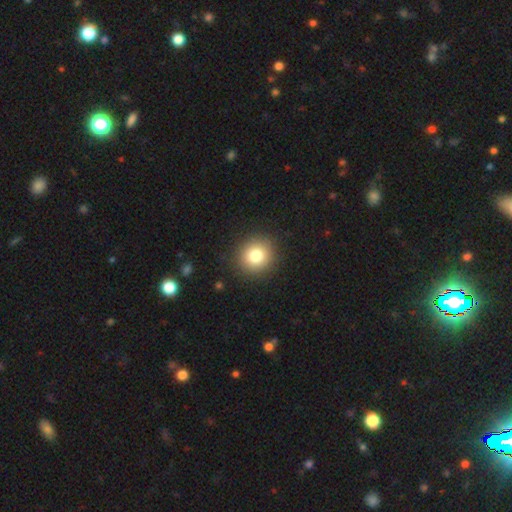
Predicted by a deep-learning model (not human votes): Smooth or featured? Predicted: smooth (p=0.81). How rounded? Predicted: round (p=0.91). Merging? Predicted: none (p=0.90).